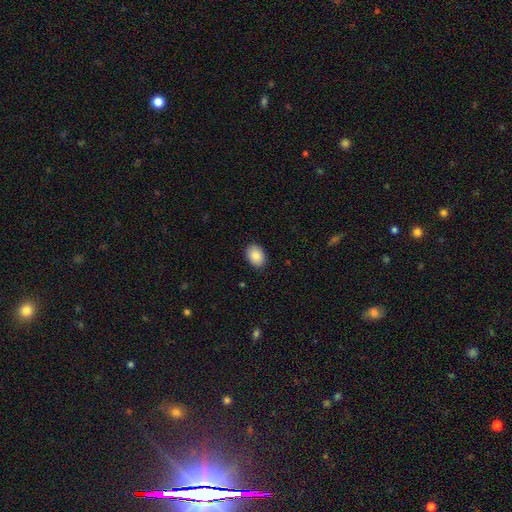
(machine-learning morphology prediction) The model was most divided on "how rounded": in between: 77%, round: 22%, cigar-shaped: 1%. More confident: merging — none (90%); smooth or featured — smooth (88%).